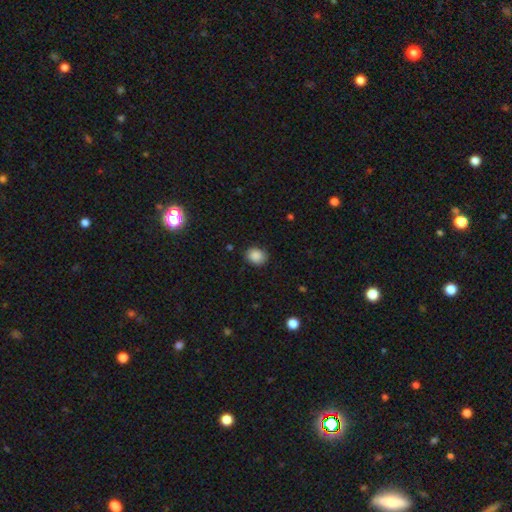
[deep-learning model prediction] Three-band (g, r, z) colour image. It shows a smooth galaxy with no disk features (87%) that is round (55%). Merging: none (86%).